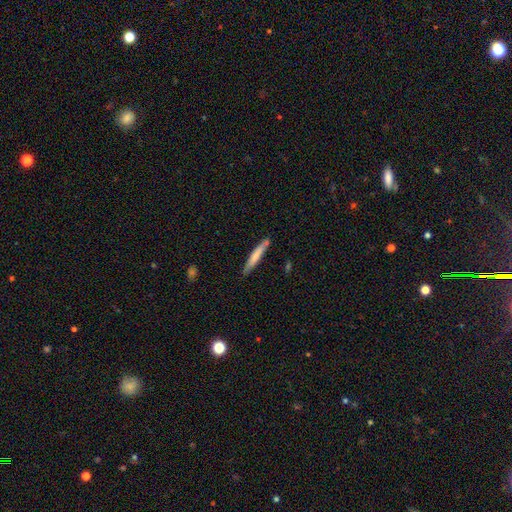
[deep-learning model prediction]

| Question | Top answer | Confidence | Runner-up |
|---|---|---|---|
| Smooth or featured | smooth | 68% | featured or disk (26%) |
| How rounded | cigar-shaped | 95% | in between (4%) |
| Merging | none | 80% | minor disturbance (14%) |